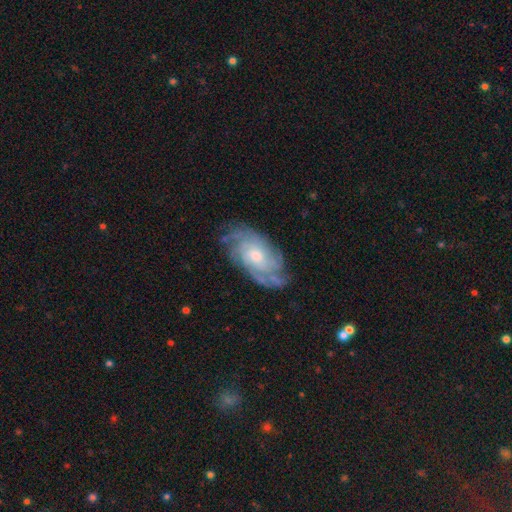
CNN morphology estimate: featured or disk 85%, smooth 9%, star or artifact 6%. Down the decision tree: edge-on disk — no (95%); bar — no (71%); spiral arms — yes (96%); spiral arm count — can't tell (35%); spiral winding — tight (64%); bulge size — moderate (56%); merging — none (76%).